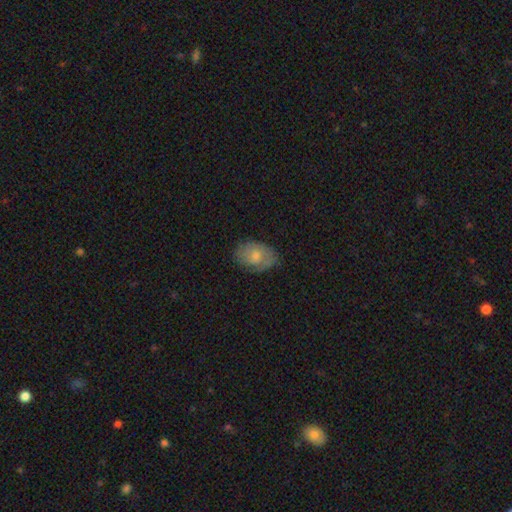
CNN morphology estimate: smooth 51%, featured or disk 40%, star or artifact 9%. Down the decision tree: how rounded — in between (81%); merging — none (72%).